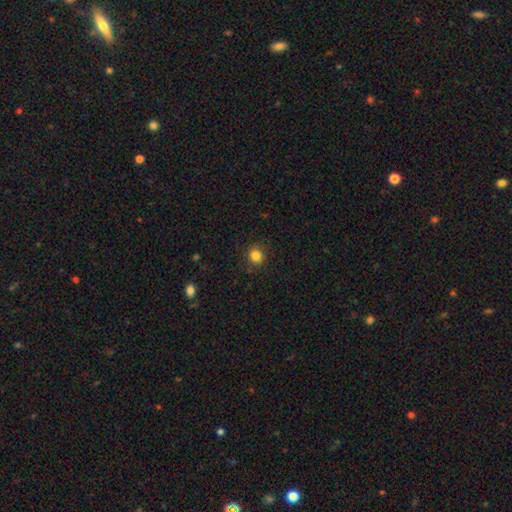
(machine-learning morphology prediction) Q: Smooth or featured?
A: smooth (84%); runner-up: star or artifact (12%)
Q: How rounded?
A: round (86%); runner-up: in between (13%)
Q: Merging?
A: none (88%); runner-up: minor disturbance (8%)